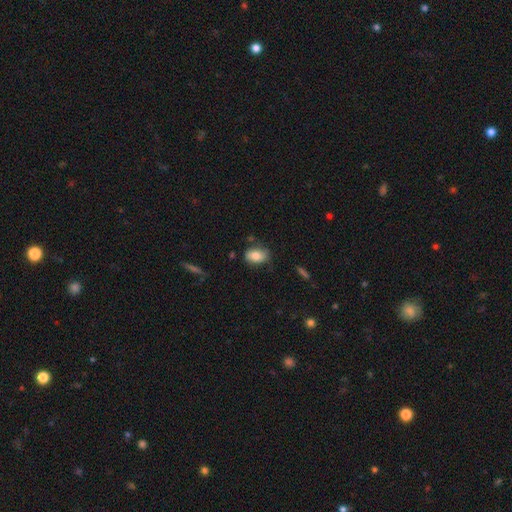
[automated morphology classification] Smooth or featured? smooth (79%)
How rounded? in between (87%)
Merging? none (72%)